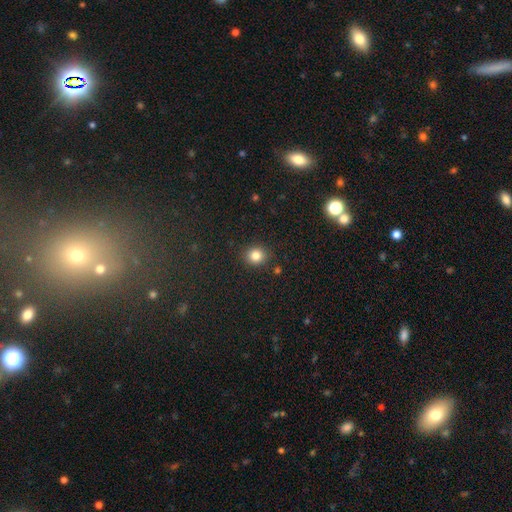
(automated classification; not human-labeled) Smooth or featured? smooth (84%)
How rounded? round (82%)
Merging? none (89%)